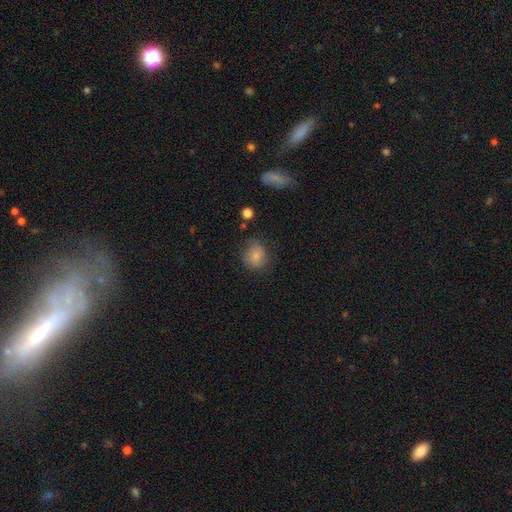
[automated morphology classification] smooth 77%, featured or disk 14%, star or artifact 9%. Down the decision tree: how rounded — round (74%); merging — none (66%).